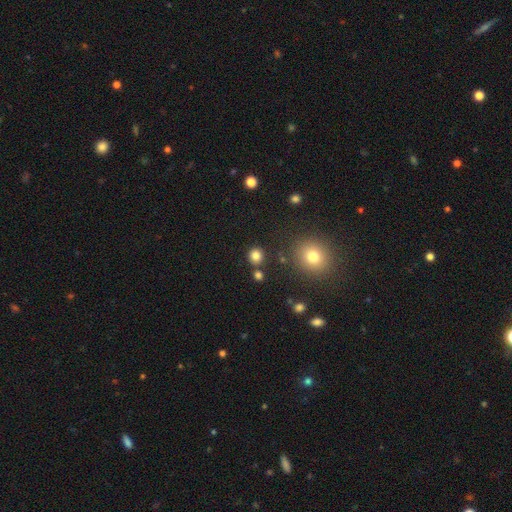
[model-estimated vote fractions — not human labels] Q: Smooth or featured?
A: smooth (81%); runner-up: star or artifact (14%)
Q: How rounded?
A: round (88%); runner-up: in between (11%)
Q: Merging?
A: none (83%); runner-up: minor disturbance (7%)